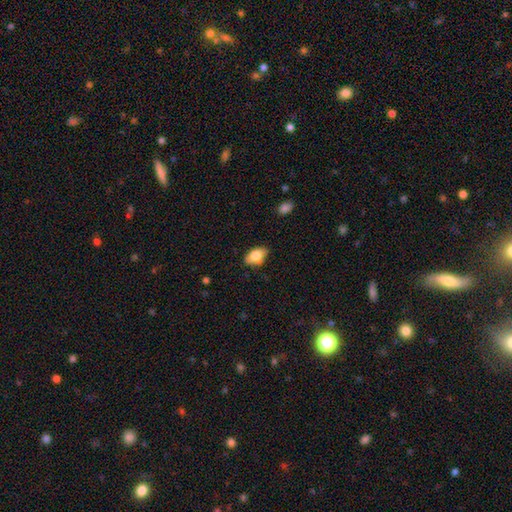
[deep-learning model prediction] Smooth or featured?
  - smooth: 79% *
  - featured or disk: 14%
  - star or artifact: 7%
How rounded?
  - in between: 88% *
  - round: 9%
  - cigar-shaped: 3%
Merging?
  - none: 78% *
  - minor disturbance: 18%
  - major disturbance: 3%
  - merger: 1%